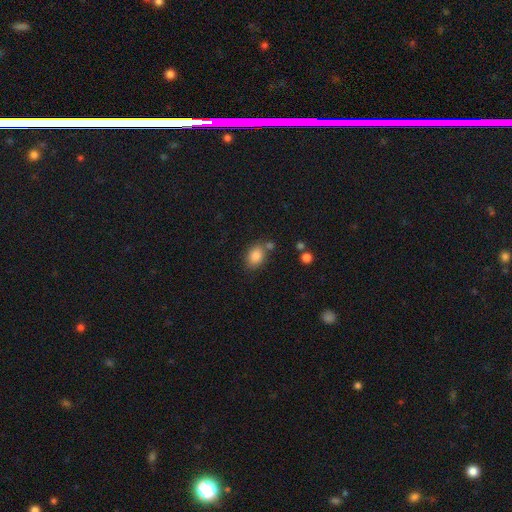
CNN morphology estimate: smooth_or_featured: smooth (p=0.85) [alt: star or artifact p=0.09]
how_rounded: in between (p=0.76) [alt: round p=0.23]
merging: none (p=0.69) [alt: minor disturbance p=0.15]